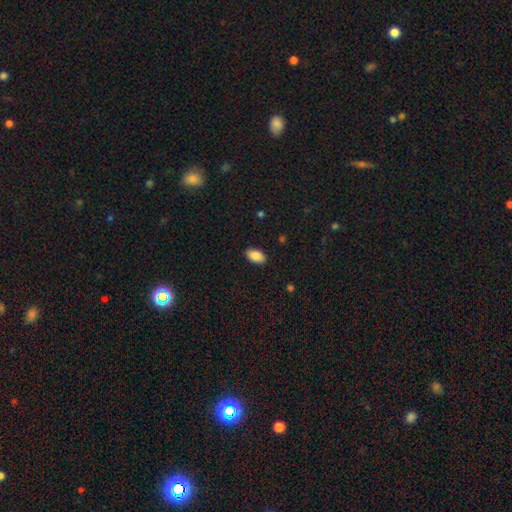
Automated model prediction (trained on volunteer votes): This appears to be a smooth galaxy with no disk features (89%) that is in between round and cigar-shaped (93%). Merging: none (89%).